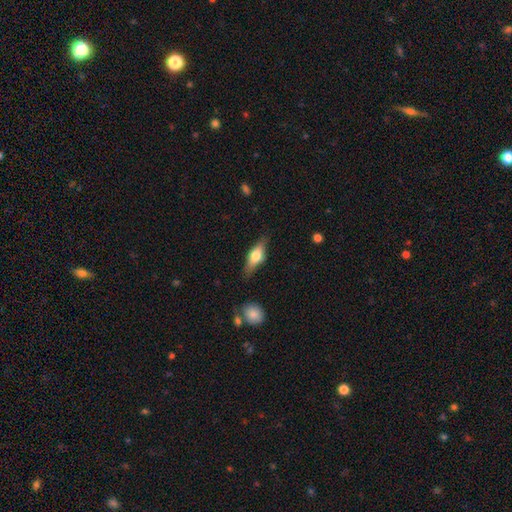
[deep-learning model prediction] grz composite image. It shows a smooth galaxy with no disk features (49%). Merging: none (79%).